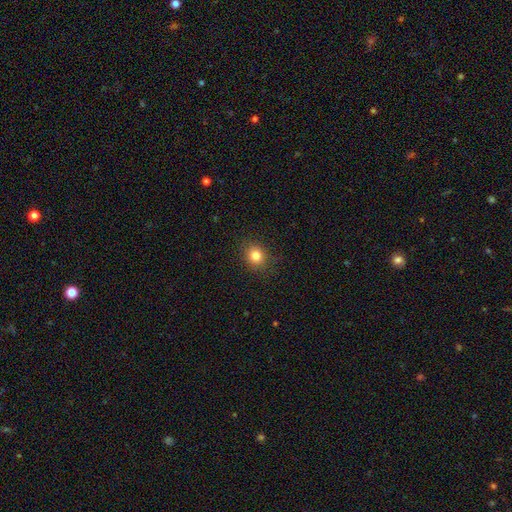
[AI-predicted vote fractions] Smooth or featured? Predicted: smooth (p=0.81). How rounded? Predicted: round (p=0.79). Merging? Predicted: none (p=0.88).